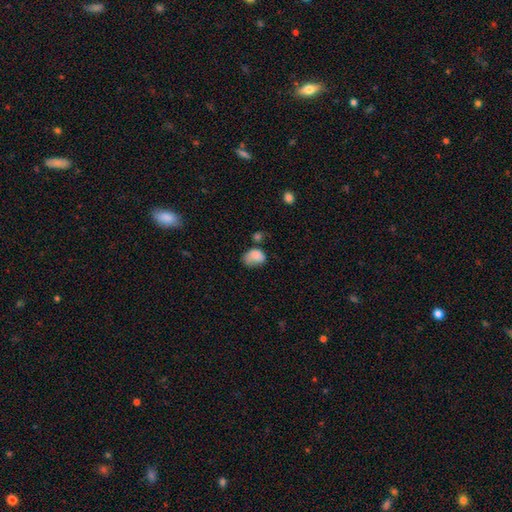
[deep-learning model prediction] Smooth or featured? smooth (80%)
How rounded? in between (69%)
Merging? none (35%)